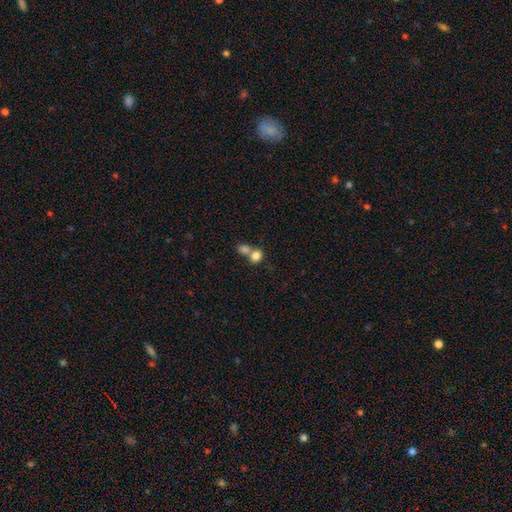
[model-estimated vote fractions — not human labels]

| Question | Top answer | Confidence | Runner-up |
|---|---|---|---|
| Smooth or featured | smooth | 82% | star or artifact (10%) |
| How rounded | round | 64% | in between (35%) |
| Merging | merger | 56% | none (33%) |